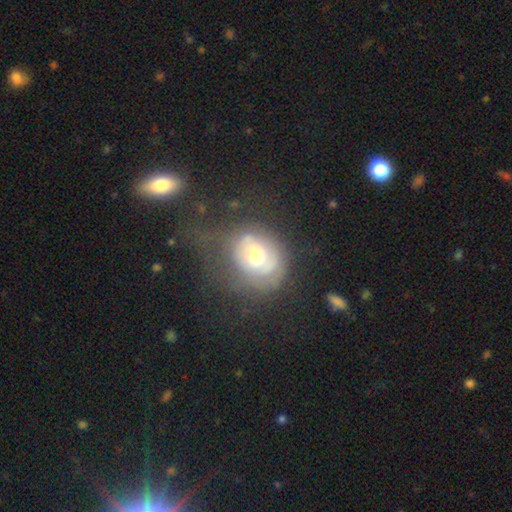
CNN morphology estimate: Overall: featured or disk (51%; smooth 37%). Edge-on disk: no (95%). Merging: none (42%; major disturbance 29%).